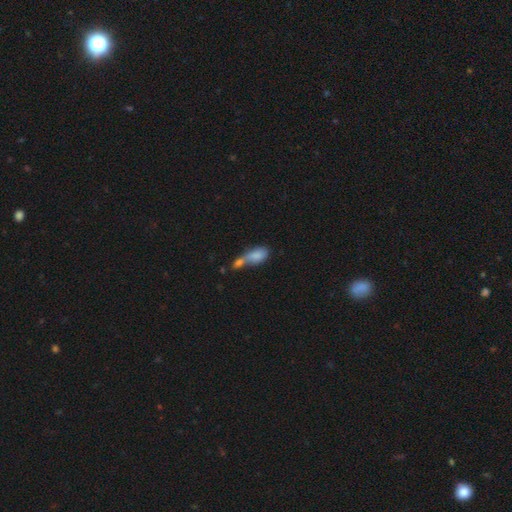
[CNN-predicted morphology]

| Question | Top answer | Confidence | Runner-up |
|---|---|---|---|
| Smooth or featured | smooth | 77% | featured or disk (15%) |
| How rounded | in between | 83% | cigar-shaped (9%) |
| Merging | merger | 69% | none (15%) |